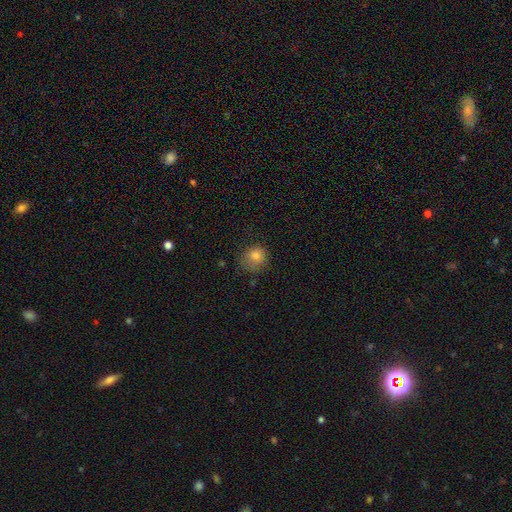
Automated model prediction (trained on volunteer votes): smooth_or_featured: smooth (p=0.80) [alt: star or artifact p=0.12]
how_rounded: round (p=0.78) [alt: in between p=0.21]
merging: none (p=0.60) [alt: minor disturbance p=0.27]